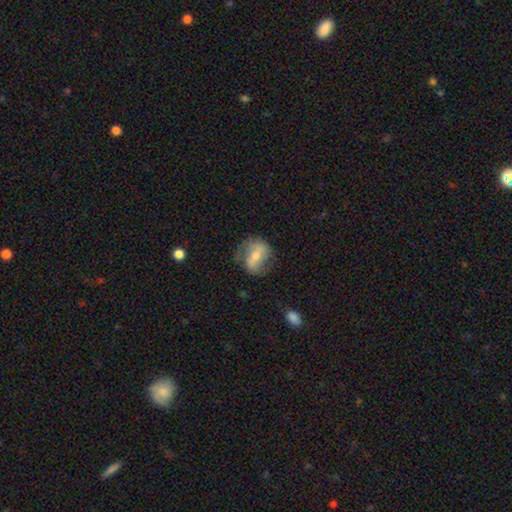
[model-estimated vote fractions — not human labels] Morphology: type=featured or disk (52%); edge-on=no (93%); merging=none (60%).